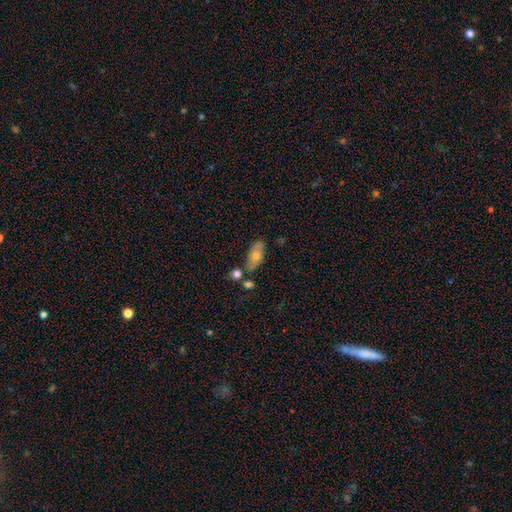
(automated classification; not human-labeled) A smooth galaxy with no disk features (71%) that is in between round and cigar-shaped (85%).

Vote fractions:
- Smooth or featured? smooth: 71% / featured or disk: 22% / star or artifact: 7%
- How rounded? in between: 85% / cigar-shaped: 11% / round: 3%
- Merging? none: 68% / minor disturbance: 17% / merger: 11% / major disturbance: 4%